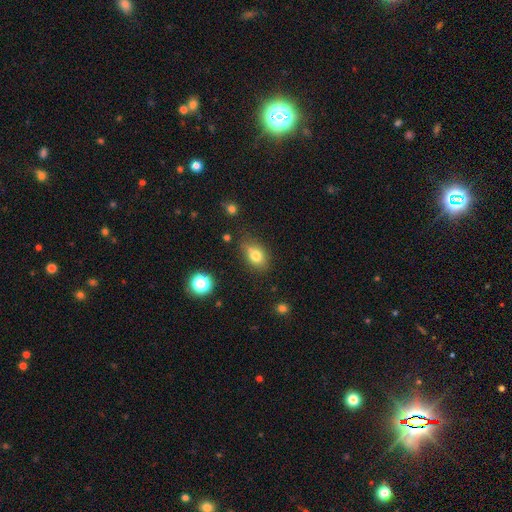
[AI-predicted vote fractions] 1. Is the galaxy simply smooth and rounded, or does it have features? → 76% smooth, 12% featured or disk, 11% star or artifact.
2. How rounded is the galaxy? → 74% in between, 24% round, 2% cigar-shaped.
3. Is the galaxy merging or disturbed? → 65% none, 24% minor disturbance, 6% major disturbance, 5% merger.